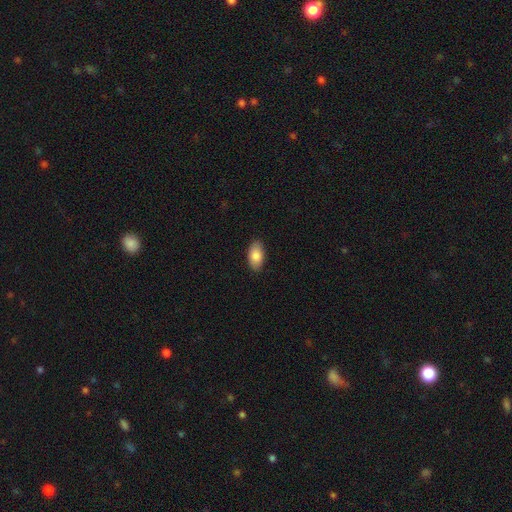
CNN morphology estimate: Smooth or featured?
  - smooth: 86% *
  - featured or disk: 8%
  - star or artifact: 6%
How rounded?
  - in between: 94% *
  - round: 3%
  - cigar-shaped: 3%
Merging?
  - none: 88% *
  - minor disturbance: 9%
  - major disturbance: 2%
  - merger: 1%